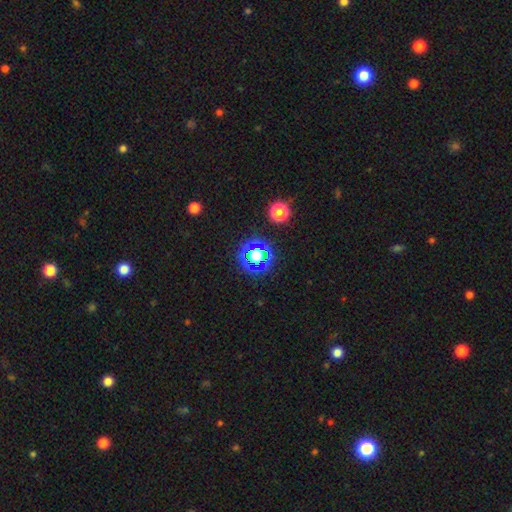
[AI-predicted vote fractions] Q: Smooth or featured?
A: star or artifact (60%); runner-up: smooth (29%)